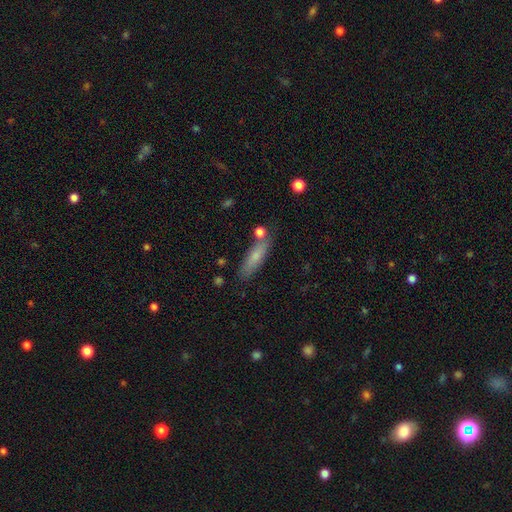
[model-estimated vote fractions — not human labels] smooth_or_featured: smooth (p=0.72) [alt: featured or disk p=0.20]
how_rounded: cigar-shaped (p=0.73) [alt: in between p=0.25]
merging: none (p=0.77) [alt: minor disturbance p=0.13]